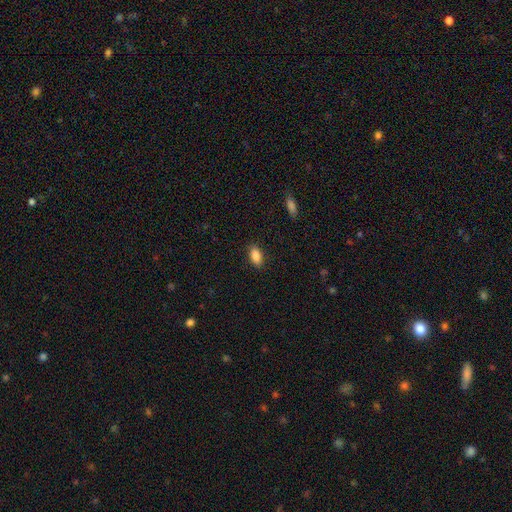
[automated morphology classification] The model was most divided on "smooth or featured": smooth: 87%, star or artifact: 8%, featured or disk: 5%. More confident: how rounded — in between (90%); merging — none (88%).